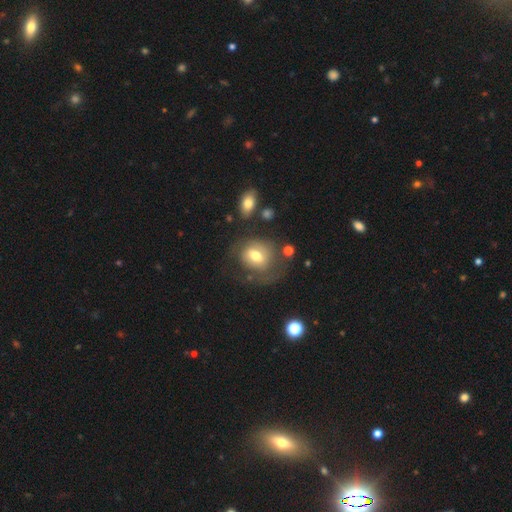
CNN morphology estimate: Smooth or featured: smooth — 53% (featured or disk — 39%)
How rounded: round — 55% (in between — 44%)
Merging: none — 45% (major disturbance — 28%)